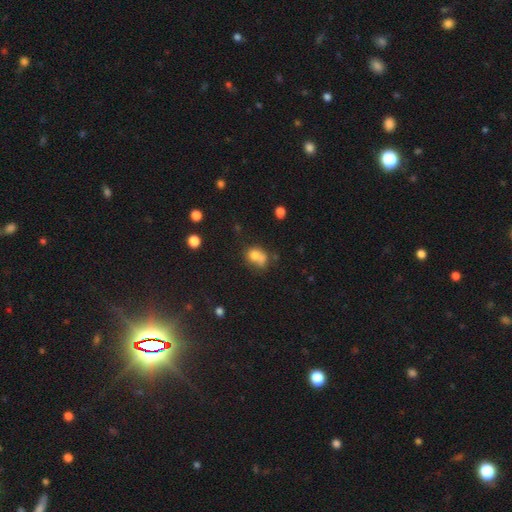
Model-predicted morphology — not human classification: Smooth or featured? Predicted: smooth (p=0.73). How rounded? Predicted: round (p=0.56). Merging? Predicted: merger (p=0.42).